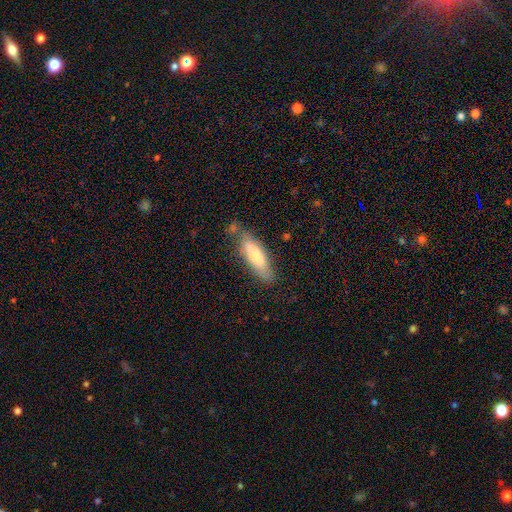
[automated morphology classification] Q: Smooth or featured?
A: smooth (70%); runner-up: featured or disk (24%)
Q: How rounded?
A: cigar-shaped (56%); runner-up: in between (42%)
Q: Merging?
A: none (67%); runner-up: minor disturbance (22%)